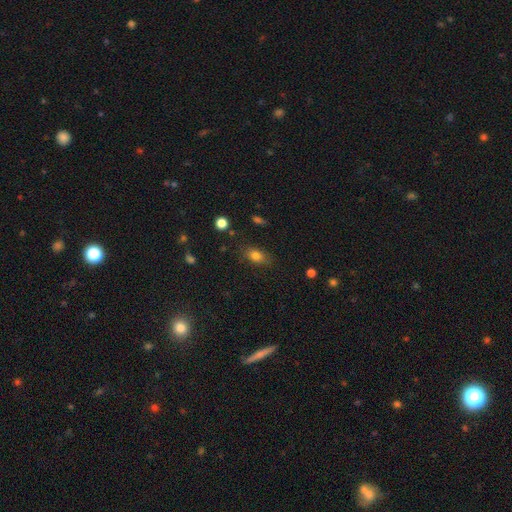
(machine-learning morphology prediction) smooth 79%, star or artifact 11%, featured or disk 9%. Down the decision tree: how rounded — in between (80%); merging — none (80%).